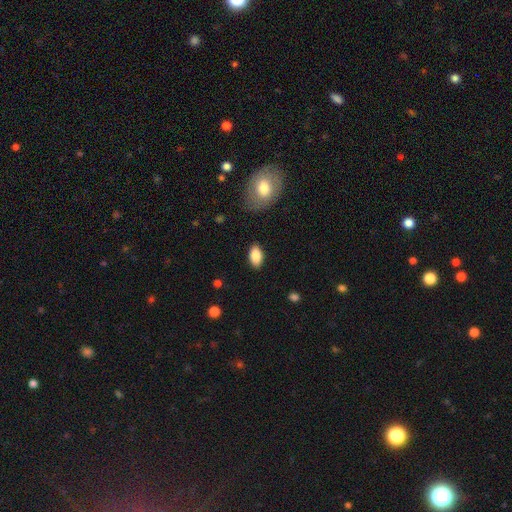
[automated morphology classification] A smooth galaxy with no disk features (87%) that is in between round and cigar-shaped (93%).

Vote fractions:
- Smooth or featured? smooth: 87% / star or artifact: 7% / featured or disk: 6%
- How rounded? in between: 93% / round: 5% / cigar-shaped: 3%
- Merging? none: 87% / minor disturbance: 9% / major disturbance: 3% / merger: 1%